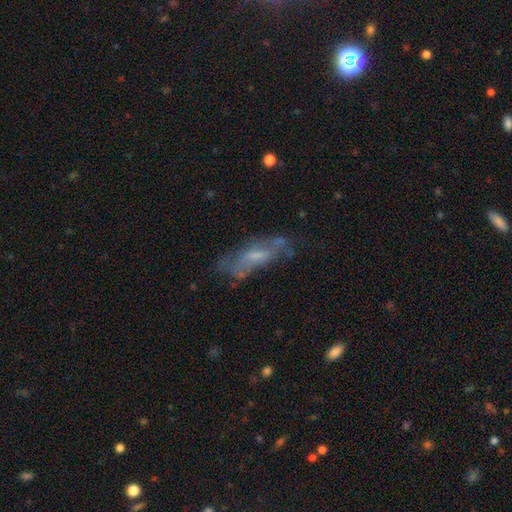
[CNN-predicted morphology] This is possibly a featured or disk galaxy (57%). It is likely not viewed edge-on (79%). Merging: possibly none (53%).